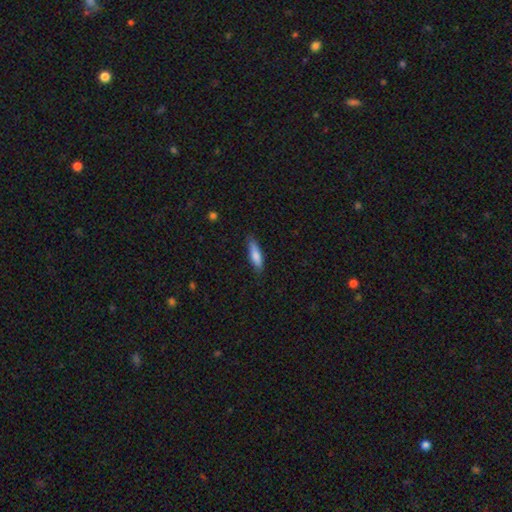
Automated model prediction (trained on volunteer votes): Morphology: type=smooth (80%); roundness=cigar-shaped (63%); merging=none (80%).